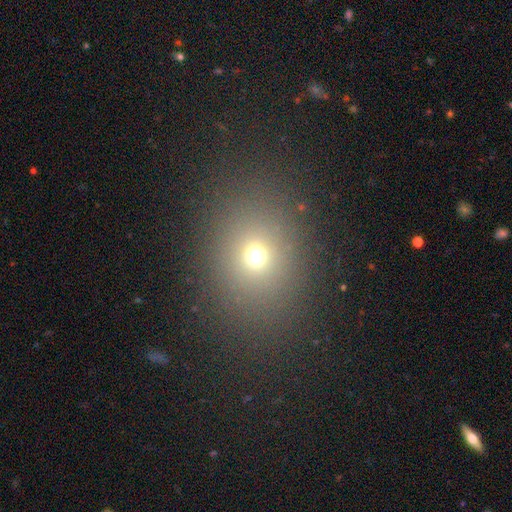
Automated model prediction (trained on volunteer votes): Smooth or featured? Predicted: smooth (p=0.67). How rounded? Predicted: round (p=0.64). Merging? Predicted: none (p=0.83).